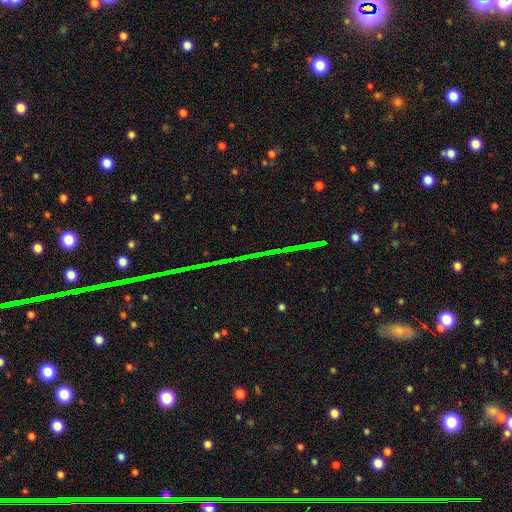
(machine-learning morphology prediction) Smooth or featured: star or artifact — 78% (featured or disk — 13%)